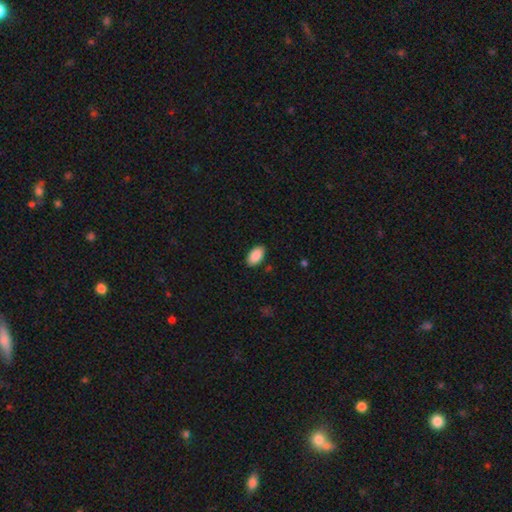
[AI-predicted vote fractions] Overall: smooth (90%). How rounded: in between (95%). Merging: none (87%).